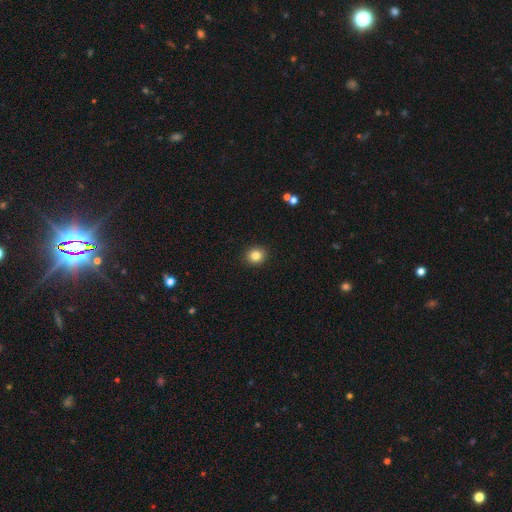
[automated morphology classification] smooth-or-featured: smooth: 83% | star or artifact: 11% | featured or disk: 6%
  how-rounded: round: 82% | in between: 17% | cigar-shaped: 1%
  merging: none: 92% | minor disturbance: 5% | major disturbance: 2% | merger: 1%